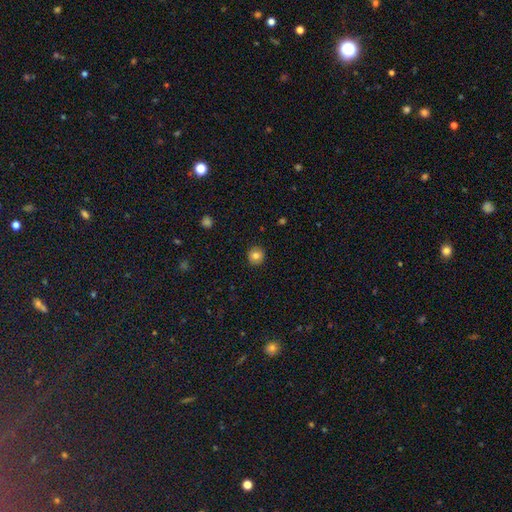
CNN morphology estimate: A smooth galaxy with no disk features (81%) that is round (93%). Merging: none (91%).